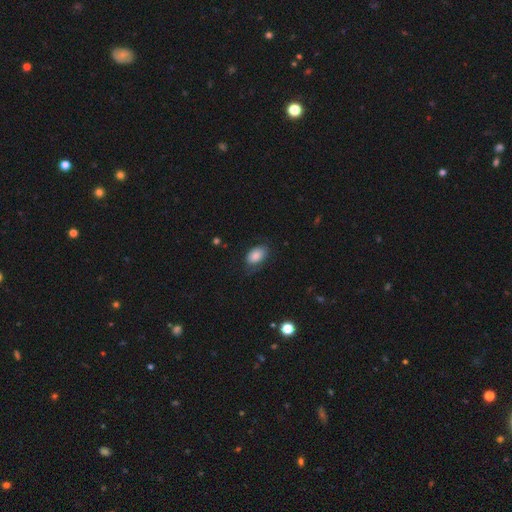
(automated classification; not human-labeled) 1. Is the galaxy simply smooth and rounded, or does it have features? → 82% smooth, 10% featured or disk, 8% star or artifact.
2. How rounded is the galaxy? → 91% in between, 8% round, 1% cigar-shaped.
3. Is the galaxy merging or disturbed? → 64% none, 25% minor disturbance, 10% major disturbance, 1% merger.